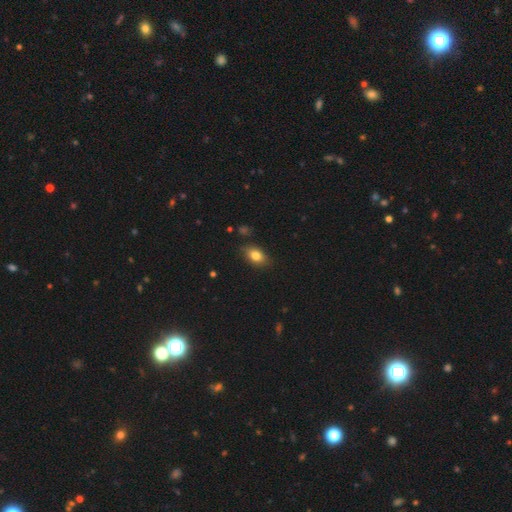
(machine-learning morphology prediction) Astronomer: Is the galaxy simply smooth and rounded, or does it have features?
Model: smooth — 80%.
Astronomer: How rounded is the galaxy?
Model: in between — 84%.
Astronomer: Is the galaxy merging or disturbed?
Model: none — 82%.